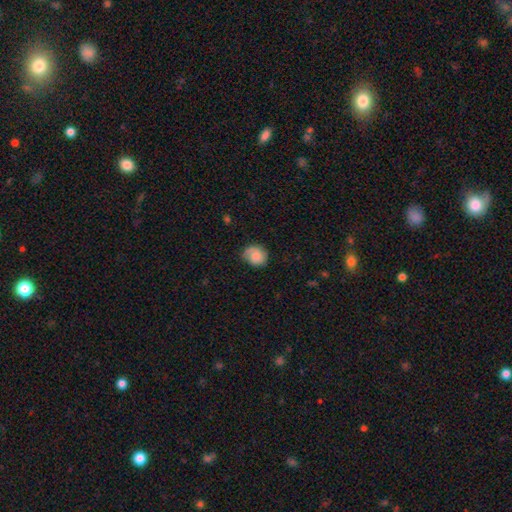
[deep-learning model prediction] This appears to be a smooth galaxy with no disk features (68%) that is round (73%). Merging: none (66%).